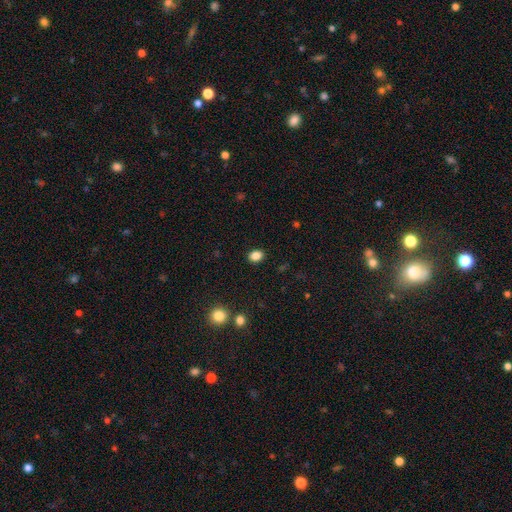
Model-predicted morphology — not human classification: Overall: smooth (85%). How rounded: in between (60%; round 39%). Merging: none (89%).